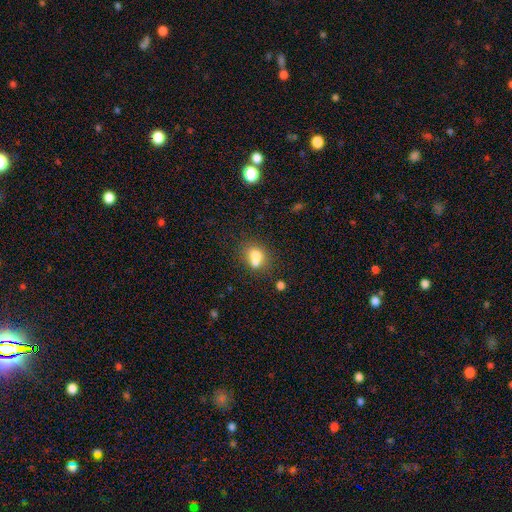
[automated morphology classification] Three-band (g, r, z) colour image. It shows a smooth galaxy with no disk features (71%) that is in between round and cigar-shaped (51%). Merging: merger (43%).